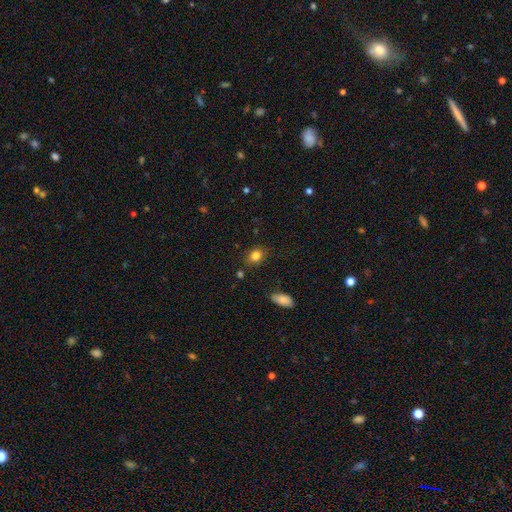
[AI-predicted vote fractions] This is clearly a smooth galaxy (82%). How rounded: possibly round (49%, tied with in between). Merging: clearly none (81%).